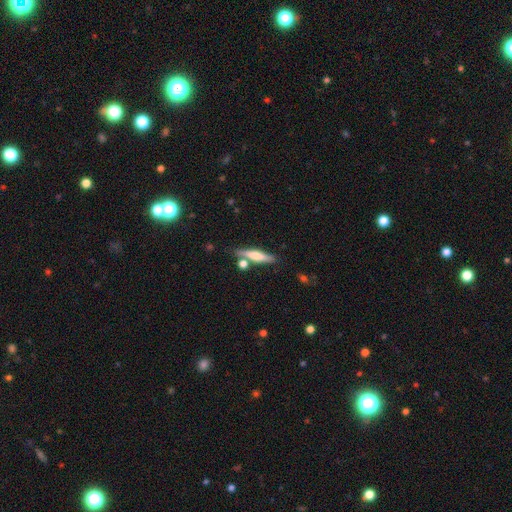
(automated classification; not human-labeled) Smooth or featured? Predicted: smooth (p=0.52). How rounded? Predicted: cigar-shaped (p=0.80). Merging? Predicted: none (p=0.72).